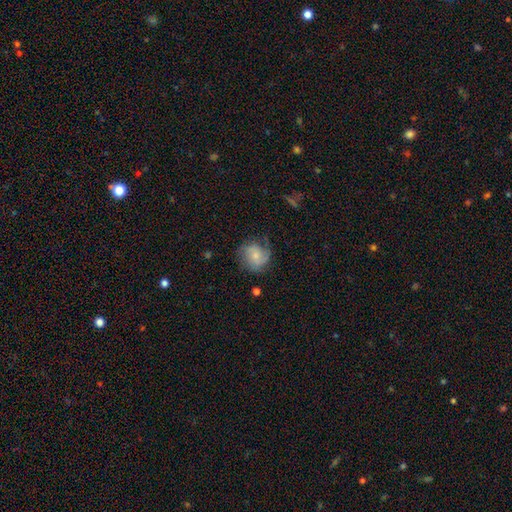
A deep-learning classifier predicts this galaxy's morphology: type=smooth (46%, tied with featured or disk); merging=none (61%).